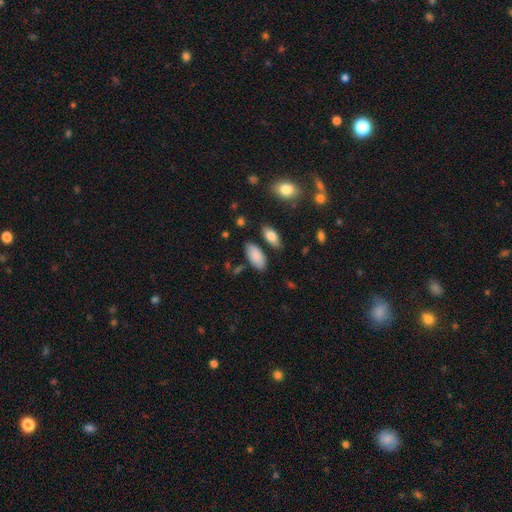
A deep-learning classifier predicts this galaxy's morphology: Smooth or featured: smooth — 87% (star or artifact — 6%)
How rounded: in between — 92% (cigar-shaped — 6%)
Merging: none — 78% (minor disturbance — 12%)